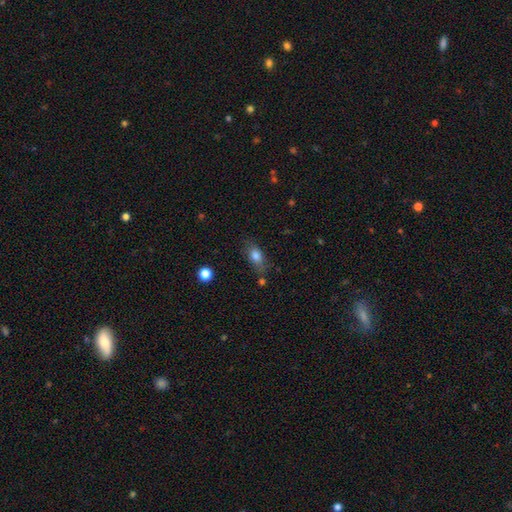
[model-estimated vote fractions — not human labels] Overall: smooth (78%). How rounded: in between (81%). Merging: none (67%).